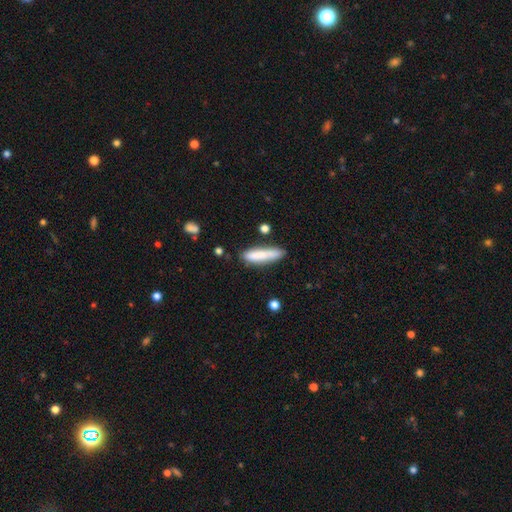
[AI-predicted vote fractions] The model was most divided on "merging": none: 74%, minor disturbance: 17%, merger: 5%, major disturbance: 4%. More confident: how rounded — cigar-shaped (81%); smooth or featured — smooth (78%).